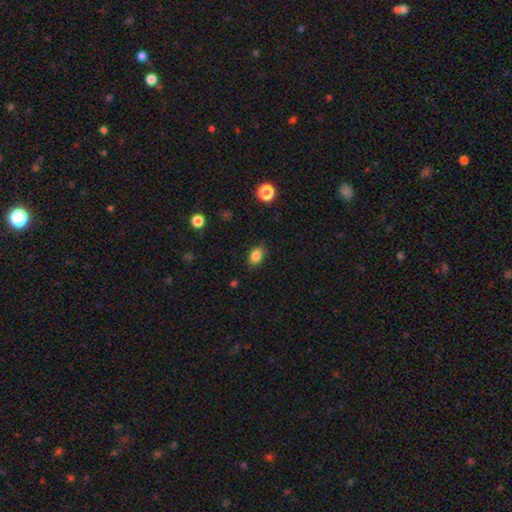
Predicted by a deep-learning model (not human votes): Q: Smooth or featured?
A: smooth (85%); runner-up: star or artifact (10%)
Q: How rounded?
A: in between (76%); runner-up: round (23%)
Q: Merging?
A: none (84%); runner-up: minor disturbance (12%)